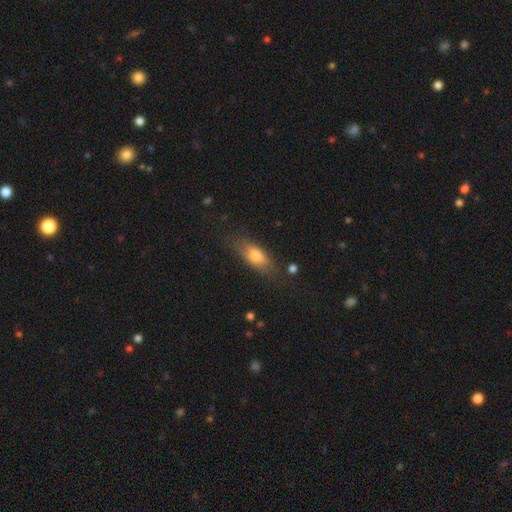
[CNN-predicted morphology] Q: Smooth or featured?
A: smooth (68%); runner-up: featured or disk (24%)
Q: How rounded?
A: in between (72%); runner-up: cigar-shaped (23%)
Q: Merging?
A: none (72%); runner-up: minor disturbance (19%)